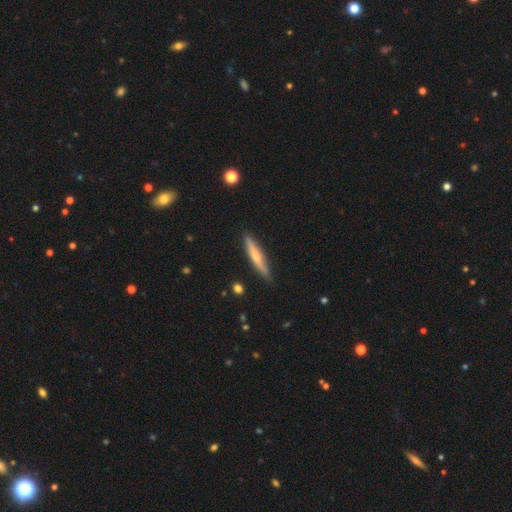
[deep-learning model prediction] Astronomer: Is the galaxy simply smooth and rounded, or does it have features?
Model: smooth — 52% (runner-up: featured or disk, 42%).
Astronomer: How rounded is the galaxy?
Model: cigar-shaped — 91%.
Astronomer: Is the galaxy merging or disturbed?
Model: none — 85%.